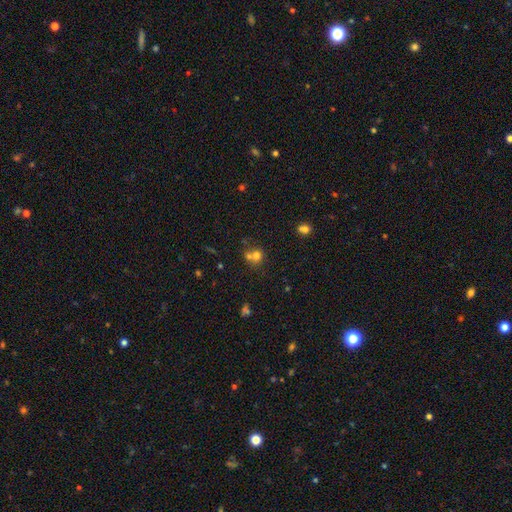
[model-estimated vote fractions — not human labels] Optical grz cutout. It shows a smooth galaxy with no disk features (70%) that is round (82%). Merging: merger (47%).